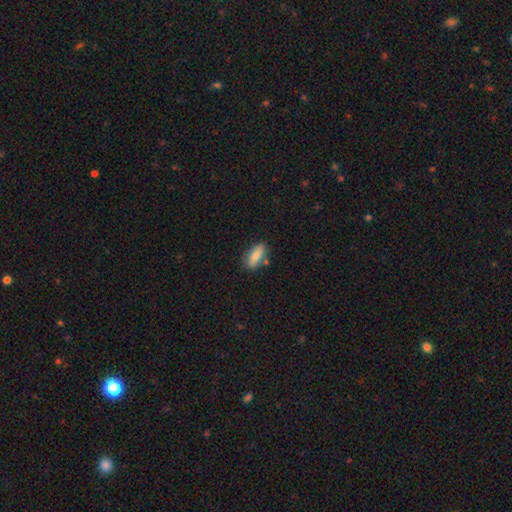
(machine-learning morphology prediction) The model was most divided on "how rounded": in between: 77%, cigar-shaped: 19%, round: 3%. More confident: merging — none (78%); smooth or featured — smooth (78%).